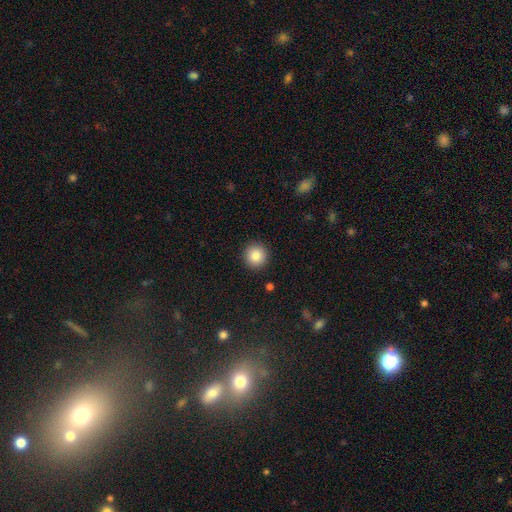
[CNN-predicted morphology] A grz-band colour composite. It shows a smooth galaxy with no disk features (86%) that is round (94%). Merging: none (92%).